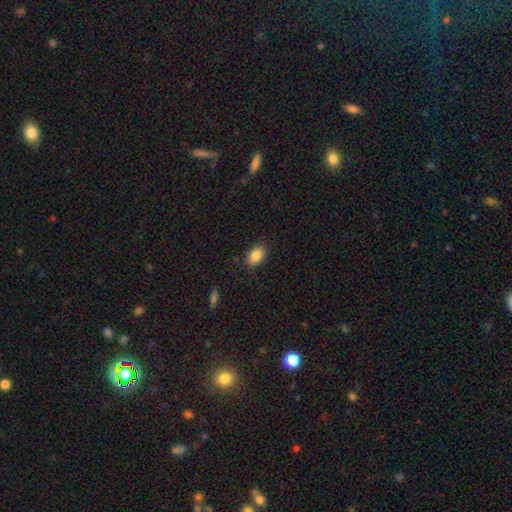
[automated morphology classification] Overall: smooth (87%). How rounded: in between (87%). Merging: none (86%).